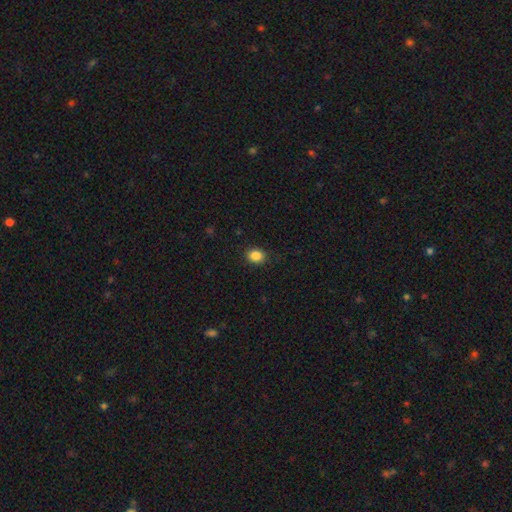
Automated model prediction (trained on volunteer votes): smooth-or-featured: smooth: 87% | star or artifact: 10% | featured or disk: 3%
  how-rounded: round: 53% | in between: 46% | cigar-shaped: 1%
  merging: none: 88% | minor disturbance: 8% | major disturbance: 2% | merger: 1%